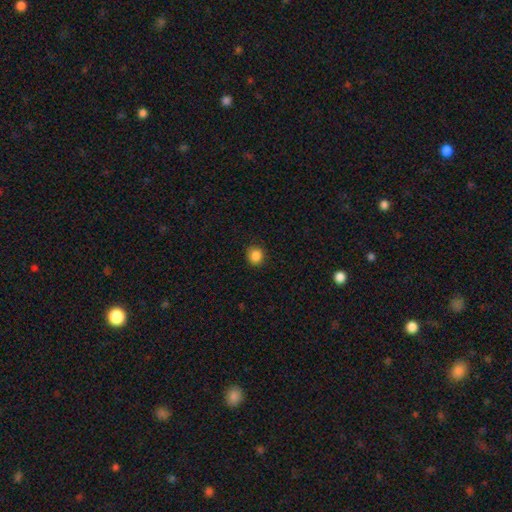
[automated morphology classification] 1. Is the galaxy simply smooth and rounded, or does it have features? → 86% smooth, 11% star or artifact, 3% featured or disk.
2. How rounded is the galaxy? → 89% round, 10% in between, 1% cigar-shaped.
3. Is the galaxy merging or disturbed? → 88% none, 9% minor disturbance, 2% major disturbance, 1% merger.